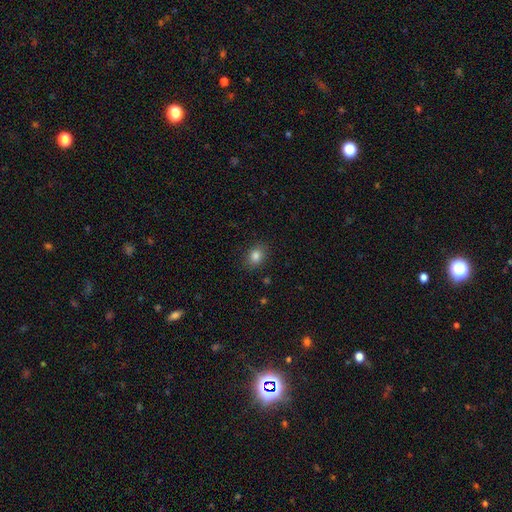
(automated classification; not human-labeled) smooth 83%, star or artifact 11%, featured or disk 6%. Down the decision tree: how rounded — in between (60%); merging — none (86%).